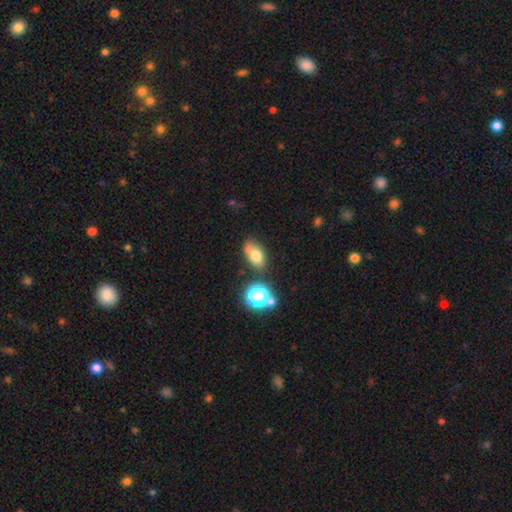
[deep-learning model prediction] smooth_or_featured: smooth (p=0.71) [alt: featured or disk p=0.16]
how_rounded: in between (p=0.84) [alt: round p=0.14]
merging: none (p=0.62) [alt: minor disturbance p=0.20]